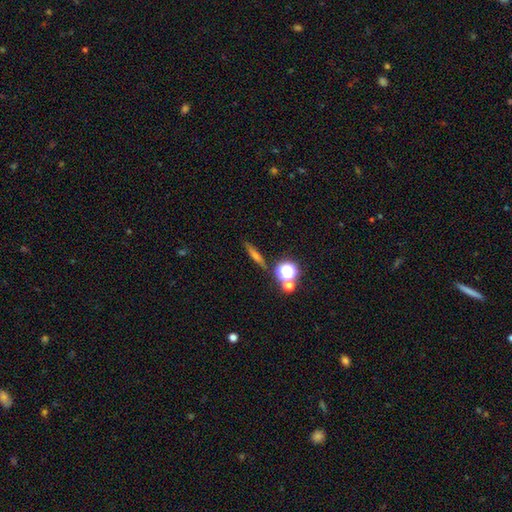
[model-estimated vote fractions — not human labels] Smooth or featured?
  - featured or disk: 42% *
  - smooth: 36%
  - star or artifact: 22%
Merging?
  - none: 87% *
  - minor disturbance: 7%
  - merger: 3%
  - major disturbance: 2%